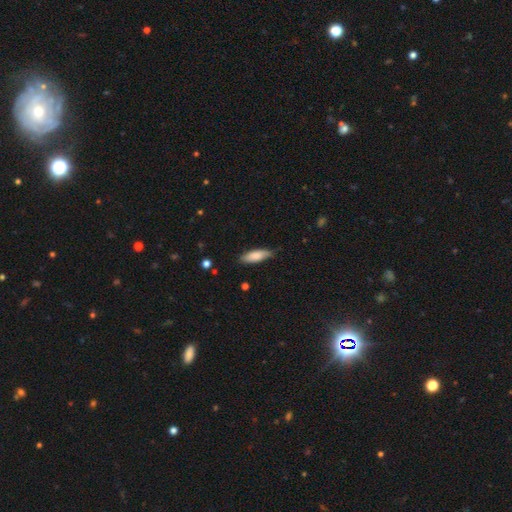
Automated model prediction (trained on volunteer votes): smooth 81%, featured or disk 13%, star or artifact 6%. Down the decision tree: how rounded — in between (59%); merging — none (72%).